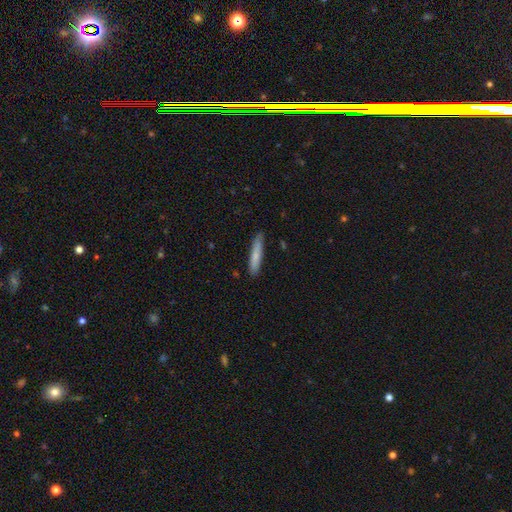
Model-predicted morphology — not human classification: A smooth galaxy with no disk features (75%) that is cigar-shaped (91%). Merging: none (86%).